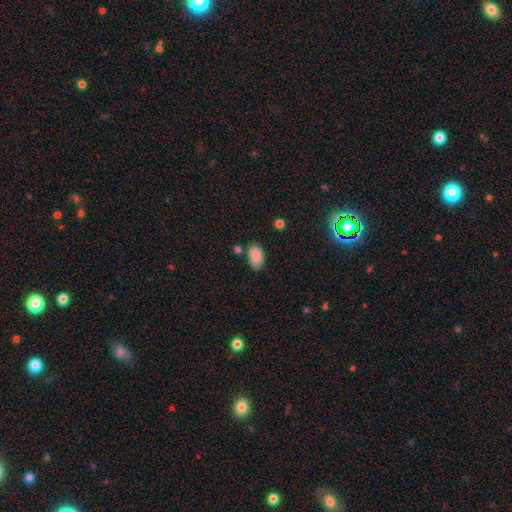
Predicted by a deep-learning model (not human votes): This is clearly a smooth galaxy (87%). How rounded: clearly in between (93%). Merging: likely none (70%).